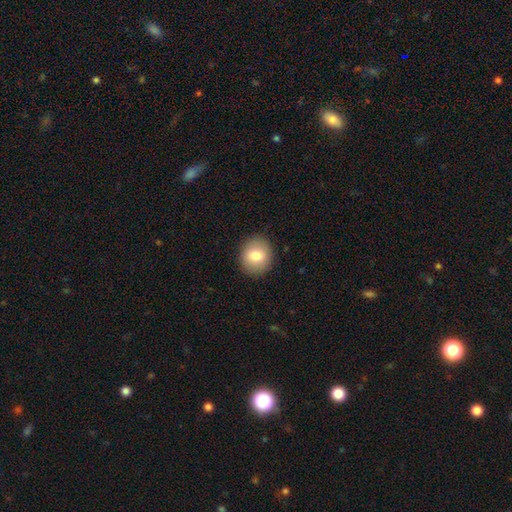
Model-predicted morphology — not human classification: A smooth galaxy with no disk features (80%) that is round (76%). Merging: none (90%).